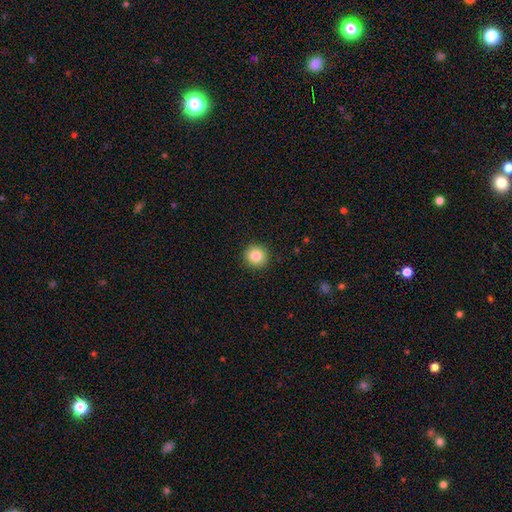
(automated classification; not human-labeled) Smooth or featured?
  - smooth: 85% *
  - star or artifact: 9%
  - featured or disk: 6%
How rounded?
  - round: 94% *
  - in between: 5%
  - cigar-shaped: 1%
Merging?
  - none: 92% *
  - minor disturbance: 5%
  - major disturbance: 2%
  - merger: 1%